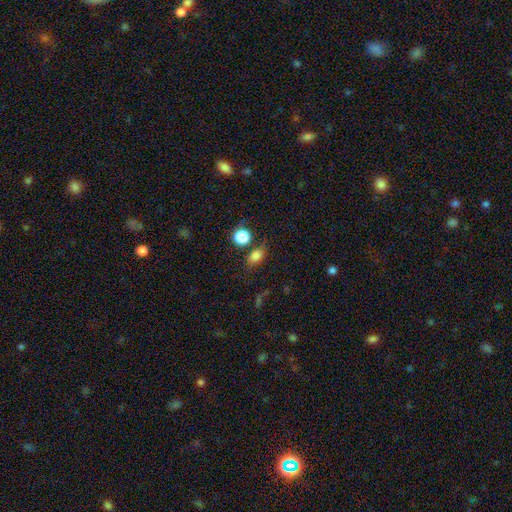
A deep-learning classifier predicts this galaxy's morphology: smooth_or_featured: smooth (p=0.79) [alt: star or artifact p=0.14]
how_rounded: in between (p=0.73) [alt: round p=0.25]
merging: none (p=0.73) [alt: minor disturbance p=0.15]